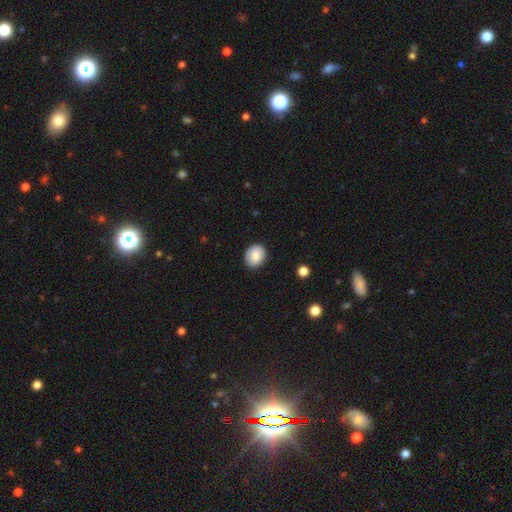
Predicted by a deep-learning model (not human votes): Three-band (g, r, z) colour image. It shows a smooth galaxy with no disk features (83%) that is round (55%). Merging: none (87%).